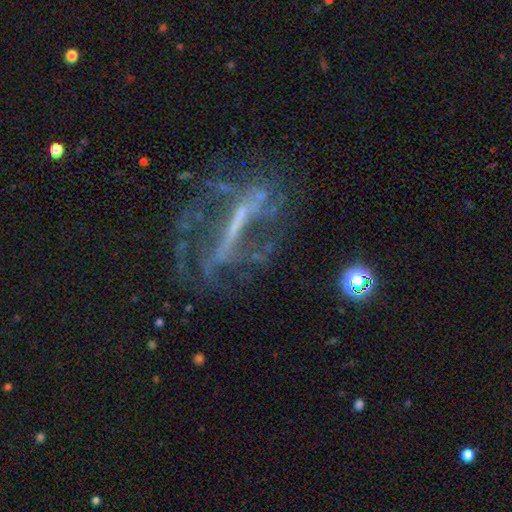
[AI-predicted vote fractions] Q: Smooth or featured?
A: featured or disk (76%); runner-up: star or artifact (14%)
Q: Edge-on disk?
A: no (75%); runner-up: yes (25%)
Q: Bar?
A: strong (68%); runner-up: weak (18%)
Q: Spiral arms?
A: yes (63%); runner-up: no (37%)
Q: Bulge size?
A: none (50%); runner-up: small (32%)
Q: Merging?
A: none (52%); runner-up: major disturbance (27%)